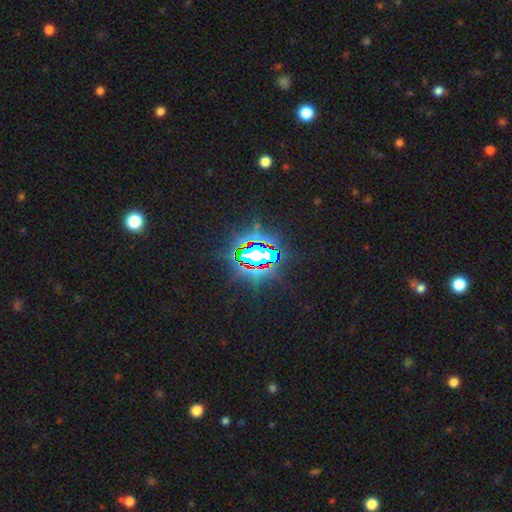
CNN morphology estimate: smooth_or_featured: star or artifact (p=0.83) [alt: smooth p=0.10]